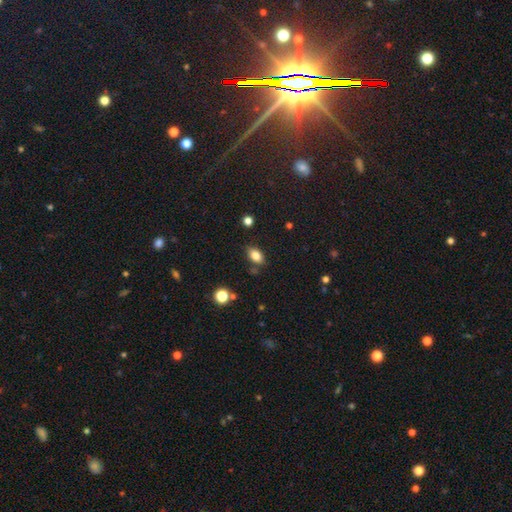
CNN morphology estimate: A smooth galaxy with no disk features (83%) that is in between round and cigar-shaped (86%). Merging: none (79%).